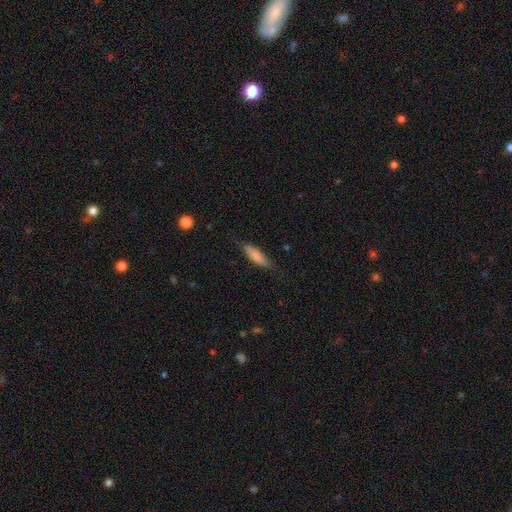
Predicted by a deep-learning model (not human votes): This is likely a smooth galaxy (73%). How rounded: possibly cigar-shaped (59%). Merging: likely none (75%).